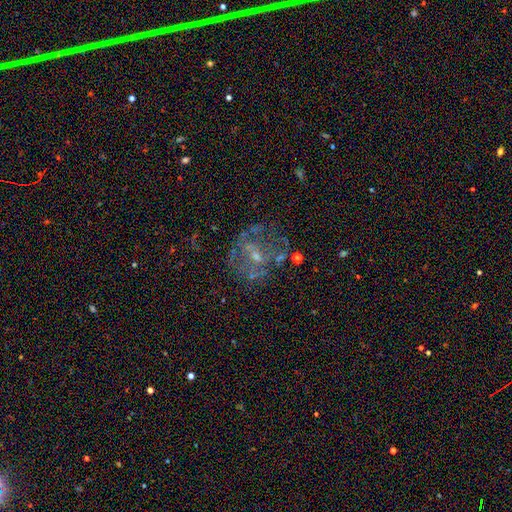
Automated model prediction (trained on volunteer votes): Q: Smooth or featured?
A: featured or disk (61%); runner-up: smooth (21%)
Q: Edge-on disk?
A: no (97%); runner-up: yes (3%)
Q: Bar?
A: no (58%); runner-up: weak (33%)
Q: Spiral arms?
A: no (64%); runner-up: yes (36%)
Q: Bulge size?
A: small (59%); runner-up: moderate (26%)
Q: Merging?
A: none (50%); runner-up: major disturbance (25%)